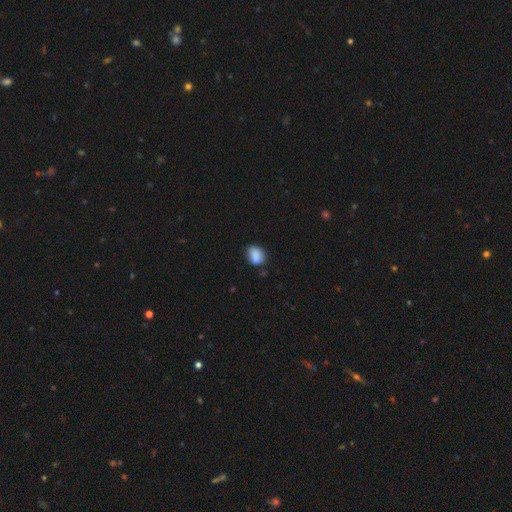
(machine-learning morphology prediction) smooth 86%, star or artifact 8%, featured or disk 5%. Down the decision tree: how rounded — in between (66%); merging — none (74%).